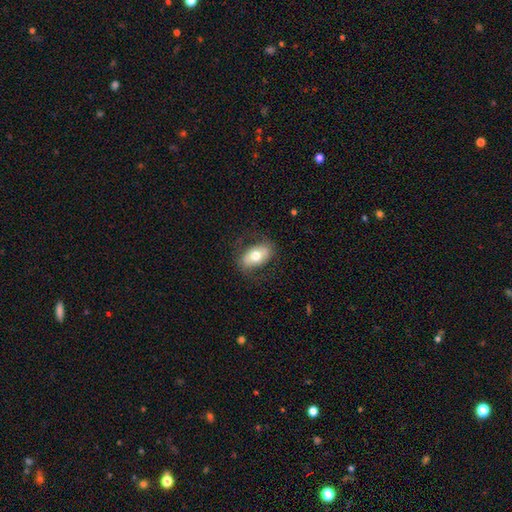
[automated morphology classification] smooth 61%, featured or disk 32%, star or artifact 7%. Down the decision tree: how rounded — in between (89%); merging — none (77%).